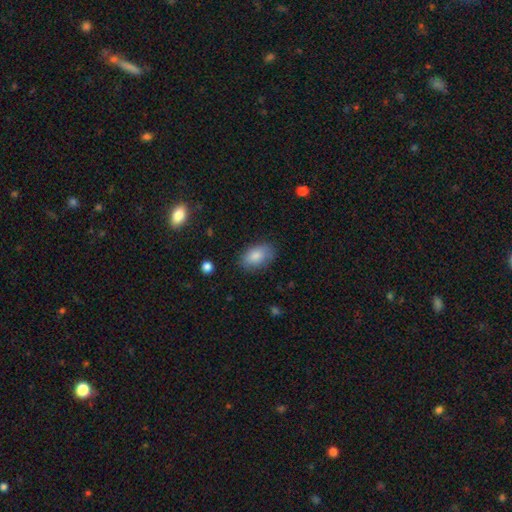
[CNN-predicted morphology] This appears to be a smooth galaxy with no disk features (83%) that is in between round and cigar-shaped (91%). Merging: none (82%).